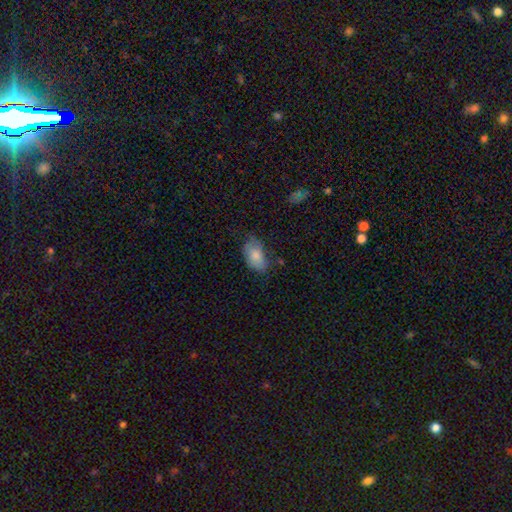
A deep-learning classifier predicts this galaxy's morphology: The model was most divided on "merging": none: 58%, minor disturbance: 30%, major disturbance: 9%, merger: 3%. More confident: how rounded — in between (93%); smooth or featured — smooth (80%).